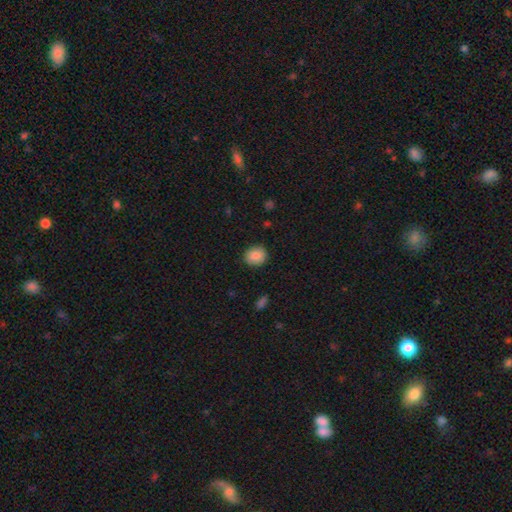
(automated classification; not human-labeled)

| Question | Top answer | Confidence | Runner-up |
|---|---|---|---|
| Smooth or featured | smooth | 87% | star or artifact (8%) |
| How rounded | round | 69% | in between (30%) |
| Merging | none | 88% | minor disturbance (9%) |